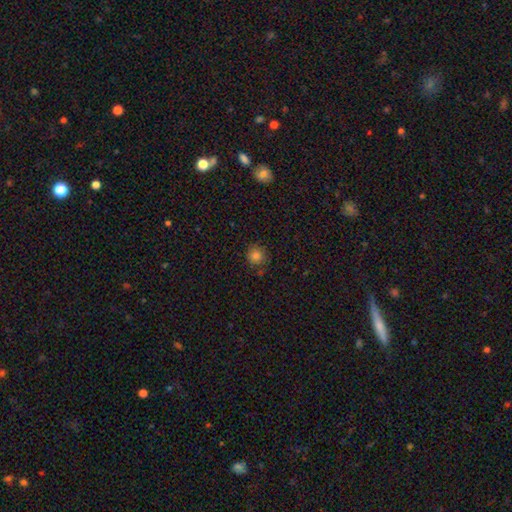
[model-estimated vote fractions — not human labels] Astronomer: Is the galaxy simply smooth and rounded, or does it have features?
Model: smooth — 81%.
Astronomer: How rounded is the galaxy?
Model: round — 91%.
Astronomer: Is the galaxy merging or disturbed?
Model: none — 82%.